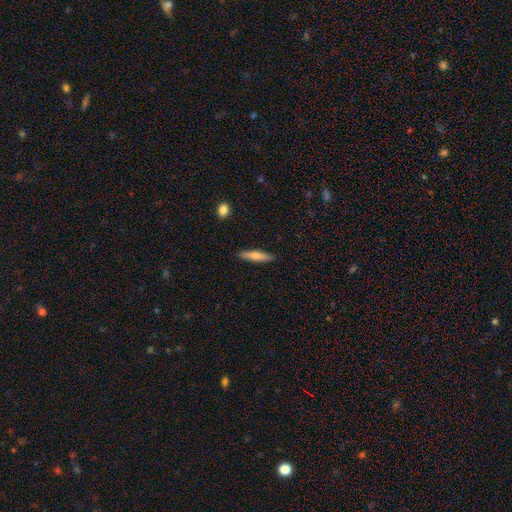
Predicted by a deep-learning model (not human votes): smooth-or-featured: smooth: 69% | featured or disk: 26% | star or artifact: 6%
  how-rounded: cigar-shaped: 87% | in between: 12% | round: 1%
  merging: none: 89% | minor disturbance: 8% | major disturbance: 2% | merger: 1%